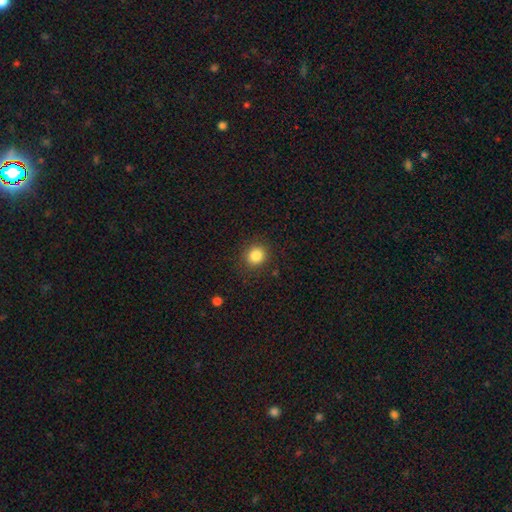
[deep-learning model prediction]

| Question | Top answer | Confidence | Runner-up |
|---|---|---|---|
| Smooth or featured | smooth | 84% | star or artifact (11%) |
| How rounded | round | 84% | in between (15%) |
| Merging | none | 88% | minor disturbance (8%) |